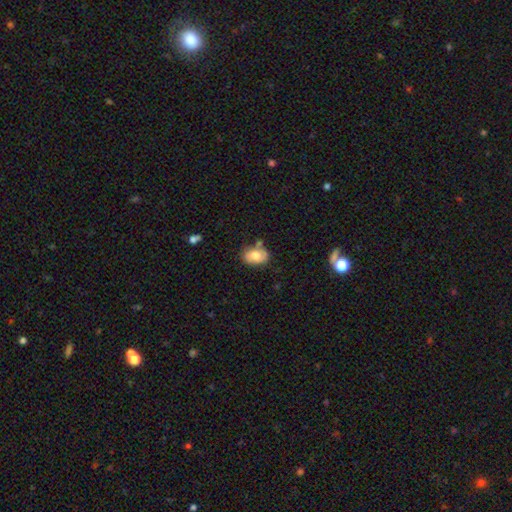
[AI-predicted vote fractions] Smooth or featured: smooth — 72% (featured or disk — 20%)
How rounded: in between — 84% (round — 15%)
Merging: none — 61% (minor disturbance — 22%)